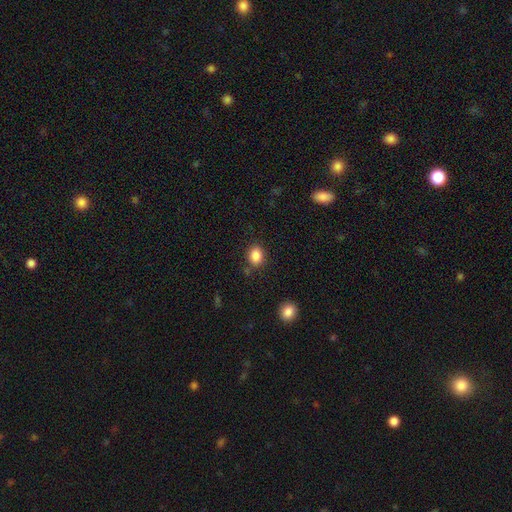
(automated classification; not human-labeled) A smooth galaxy with no disk features (86%) that is round (52%).

Vote fractions:
- Smooth or featured? smooth: 86% / star or artifact: 9% / featured or disk: 4%
- How rounded? round: 52% / in between: 47% / cigar-shaped: 1%
- Merging? none: 82% / minor disturbance: 11% / merger: 4% / major disturbance: 3%